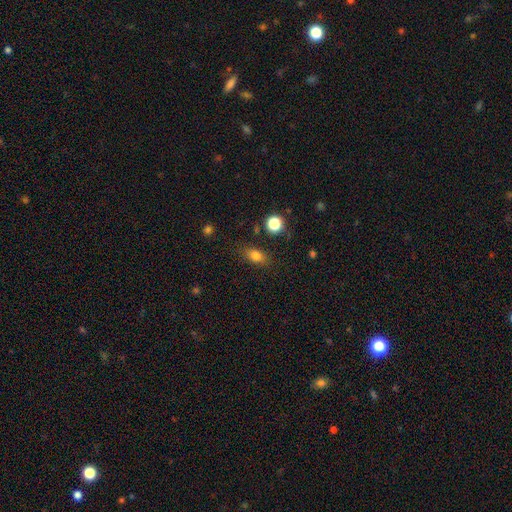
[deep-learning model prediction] This appears to be a smooth galaxy with no disk features (80%) that is in between round and cigar-shaped (78%). Merging: none (81%).